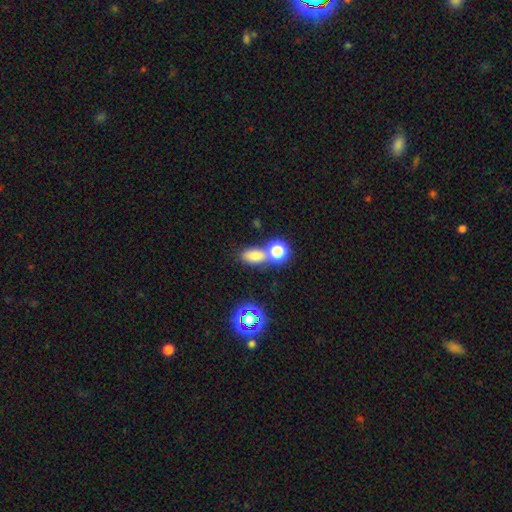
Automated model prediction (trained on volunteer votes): Q: Smooth or featured?
A: smooth (73%); runner-up: star or artifact (19%)
Q: How rounded?
A: in between (76%); runner-up: round (21%)
Q: Merging?
A: none (50%); runner-up: merger (35%)